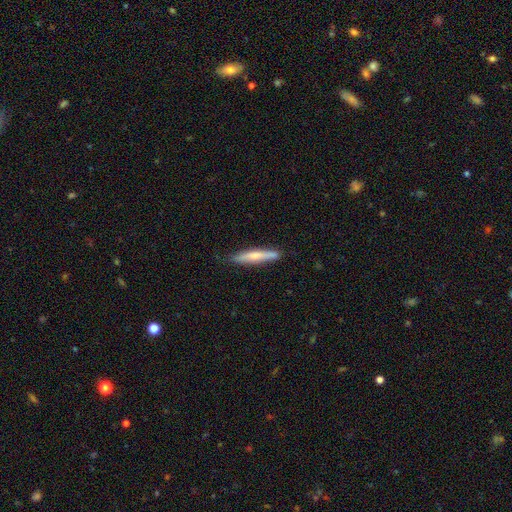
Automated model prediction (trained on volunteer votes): This appears to be a smooth galaxy with no disk features (54%) that is cigar-shaped (92%). Merging: none (83%).